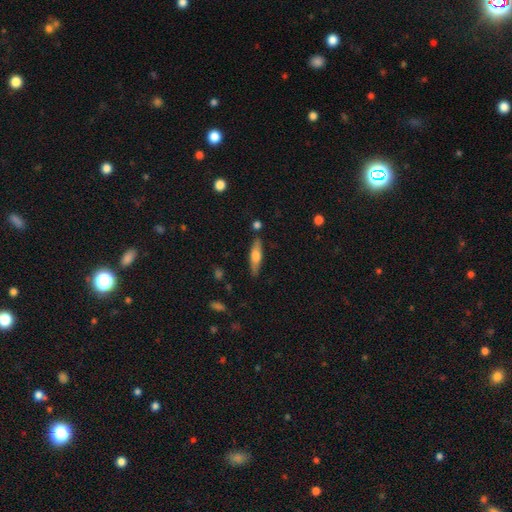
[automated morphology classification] A smooth galaxy with no disk features (52%) that is cigar-shaped (72%). Merging: none (83%).